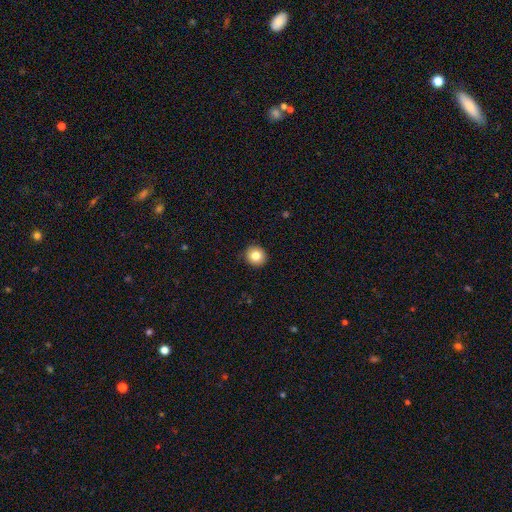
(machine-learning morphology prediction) type=smooth (82%); roundness=round (92%); merging=none (91%).